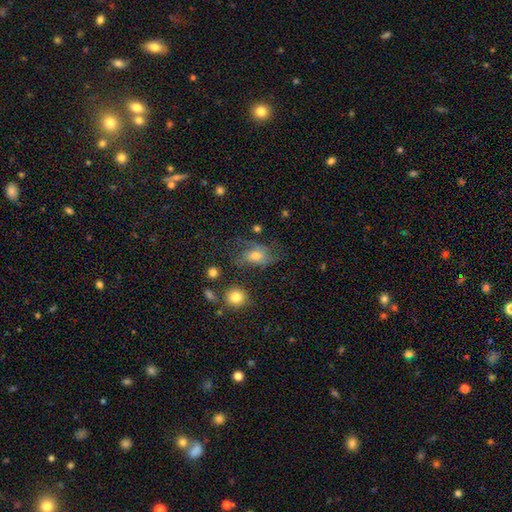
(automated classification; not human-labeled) Smooth or featured: smooth — 44% (featured or disk — 42%)
Merging: none — 45% (major disturbance — 27%)